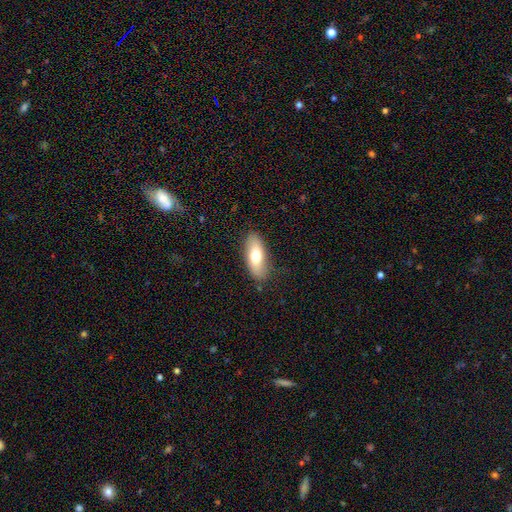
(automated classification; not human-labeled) A smooth galaxy with no disk features (69%) that is in between round and cigar-shaped (77%).

Vote fractions:
- Smooth or featured? smooth: 69% / featured or disk: 25% / star or artifact: 6%
- How rounded? in between: 77% / cigar-shaped: 20% / round: 3%
- Merging? none: 83% / minor disturbance: 13% / major disturbance: 3% / merger: 1%